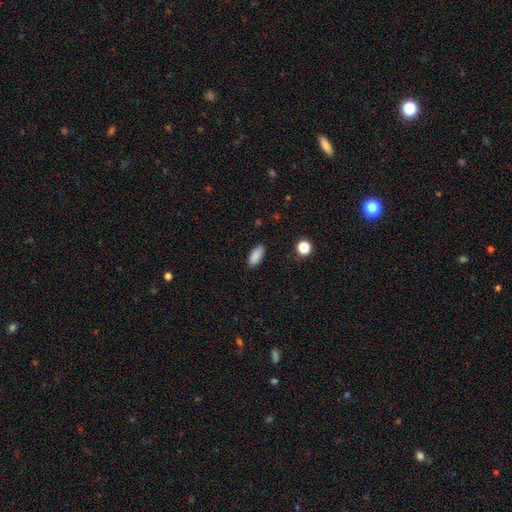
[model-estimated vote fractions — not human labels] Q: Smooth or featured?
A: smooth (88%); runner-up: star or artifact (8%)
Q: How rounded?
A: in between (85%); runner-up: cigar-shaped (13%)
Q: Merging?
A: none (86%); runner-up: minor disturbance (10%)